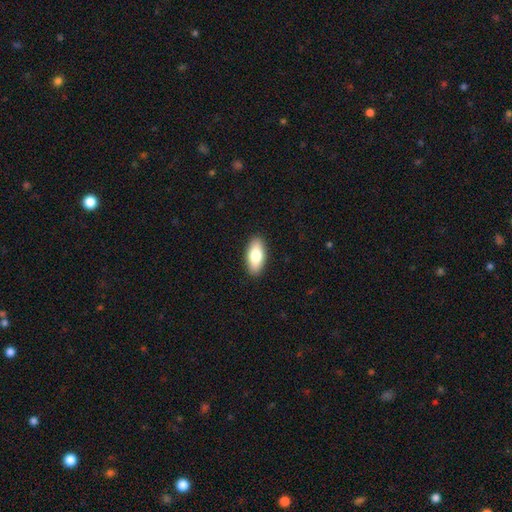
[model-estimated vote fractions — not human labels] Smooth or featured? smooth (78%)
How rounded? in between (86%)
Merging? none (90%)